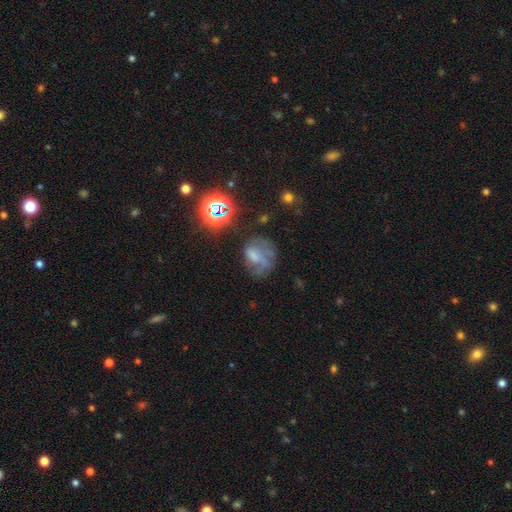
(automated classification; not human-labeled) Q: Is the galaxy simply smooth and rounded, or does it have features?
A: featured or disk — 41%.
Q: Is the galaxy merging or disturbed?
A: none — 41%.